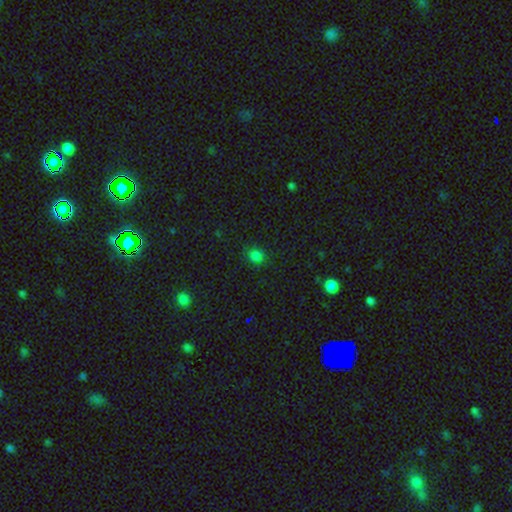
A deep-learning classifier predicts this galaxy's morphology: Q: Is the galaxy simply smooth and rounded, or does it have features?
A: smooth — 79%.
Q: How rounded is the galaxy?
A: round — 77%.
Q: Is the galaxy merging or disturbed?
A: none — 85%.